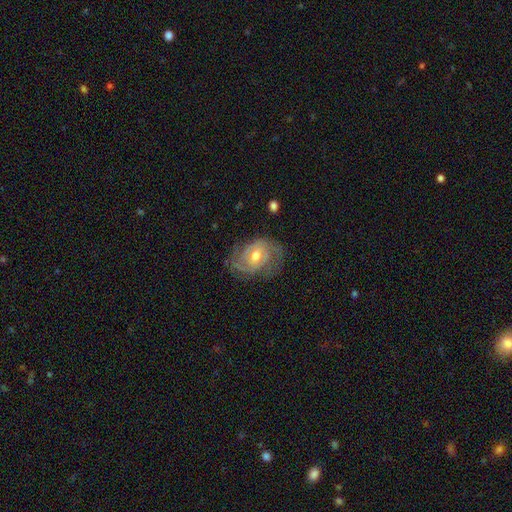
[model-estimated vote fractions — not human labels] A featured or disk galaxy (85%) with a weak bar (45%), 2 (52%) tight (56%) spiral arms (94%) and a moderate central bulge (74%).

Vote fractions:
- Smooth or featured? featured or disk: 85% / smooth: 10% / star or artifact: 5%
- Edge-on disk? no: 97% / yes: 3%
- Bar? weak: 45% / no: 42% / strong: 13%
- Spiral arms? yes: 94% / no: 6%
- Spiral winding? tight: 56% / medium: 35% / loose: 9%
- Spiral arm count? 2: 52% / can't tell: 19% / 3: 17% / 1: 4% / 4: 4% / more than 4: 3%
- Bulge size? moderate: 74% / small: 20% / large: 4% / none: 1% / dominant: 1%
- Merging? none: 70% / minor disturbance: 20% / major disturbance: 9% / merger: 1%